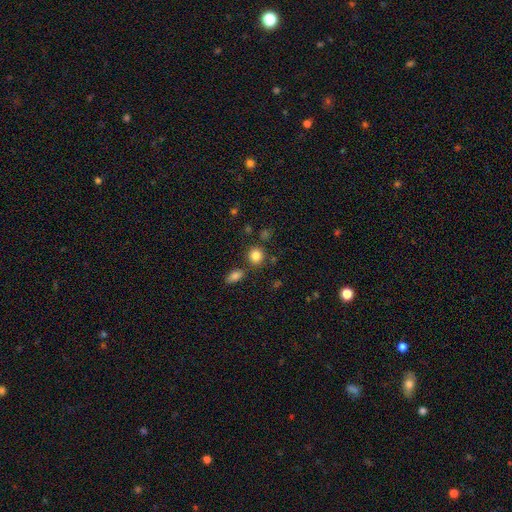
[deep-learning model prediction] This is clearly a smooth galaxy (84%). How rounded: clearly round (81%). Merging: likely none (79%).